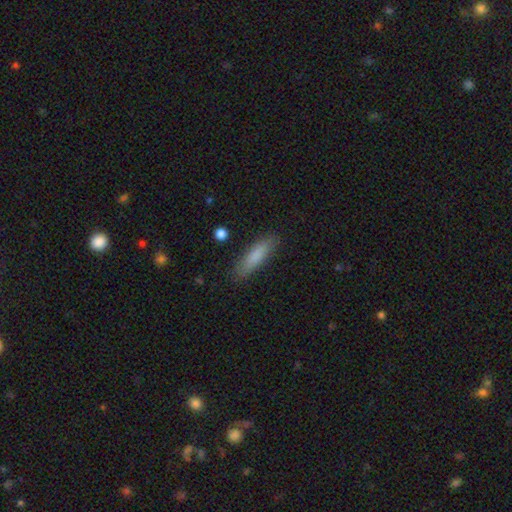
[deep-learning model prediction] A smooth galaxy with no disk features (83%) that is cigar-shaped (69%). Merging: none (86%).